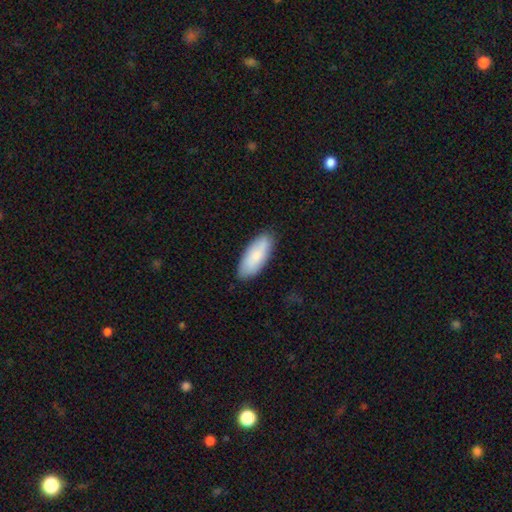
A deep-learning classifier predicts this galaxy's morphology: A smooth galaxy with no disk features (83%) that is in between round and cigar-shaped (79%). Merging: none (84%).